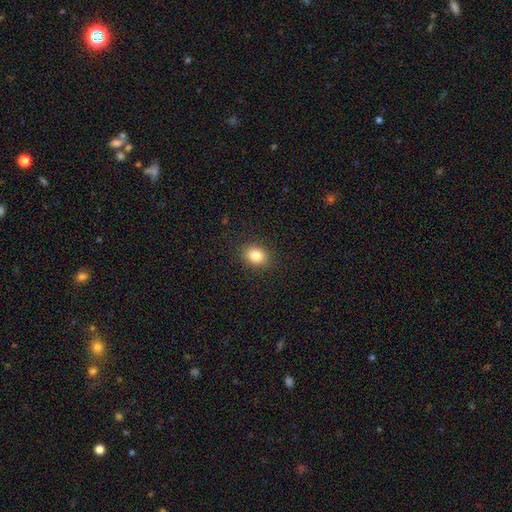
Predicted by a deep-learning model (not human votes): smooth_or_featured: smooth (p=0.83) [alt: star or artifact p=0.10]
how_rounded: in between (p=0.57) [alt: round p=0.42]
merging: none (p=0.89) [alt: minor disturbance p=0.08]